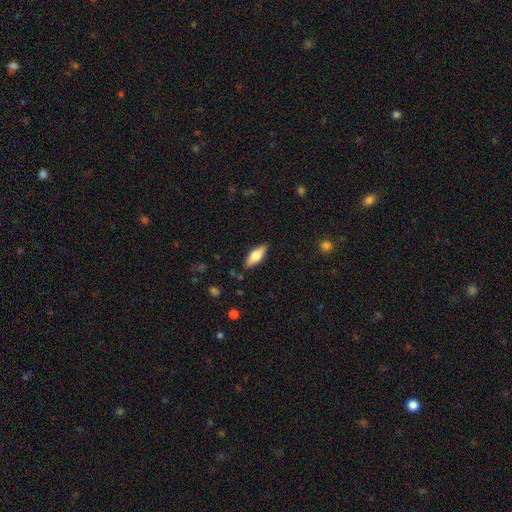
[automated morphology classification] Smooth or featured?
  - smooth: 67% *
  - featured or disk: 27%
  - star or artifact: 6%
How rounded?
  - in between: 70% *
  - cigar-shaped: 27%
  - round: 2%
Merging?
  - none: 87% *
  - minor disturbance: 9%
  - major disturbance: 2%
  - merger: 1%